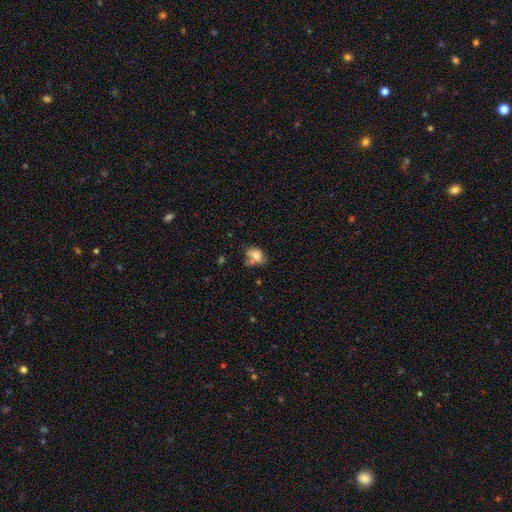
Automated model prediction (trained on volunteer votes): Morphology: type=smooth (72%); roundness=in between (74%); merging=none (39%).